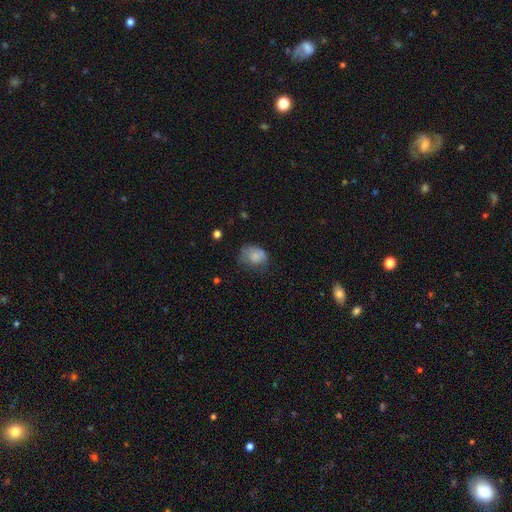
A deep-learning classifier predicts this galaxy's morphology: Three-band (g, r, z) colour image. It shows a smooth galaxy with no disk features (75%) that is in between round and cigar-shaped (63%). Merging: none (40%).